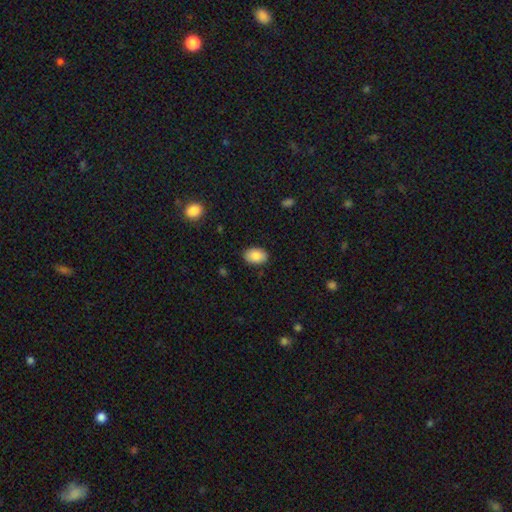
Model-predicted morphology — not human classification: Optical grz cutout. It shows a smooth galaxy with no disk features (87%) that is in between round and cigar-shaped (86%). Merging: none (87%).